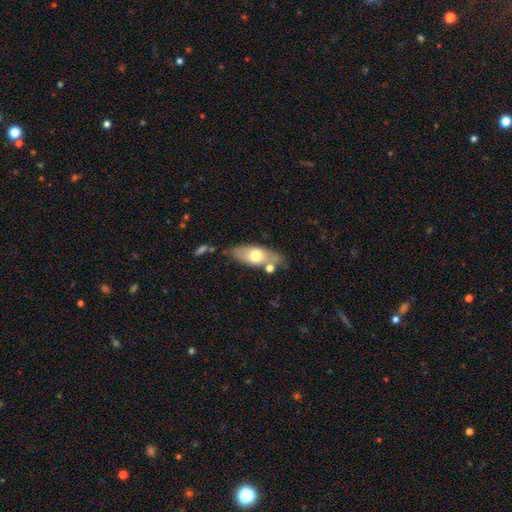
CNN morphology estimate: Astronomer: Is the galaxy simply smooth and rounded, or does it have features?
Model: smooth — 61%.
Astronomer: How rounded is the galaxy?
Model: in between — 78%.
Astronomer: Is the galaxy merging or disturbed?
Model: none — 68%.